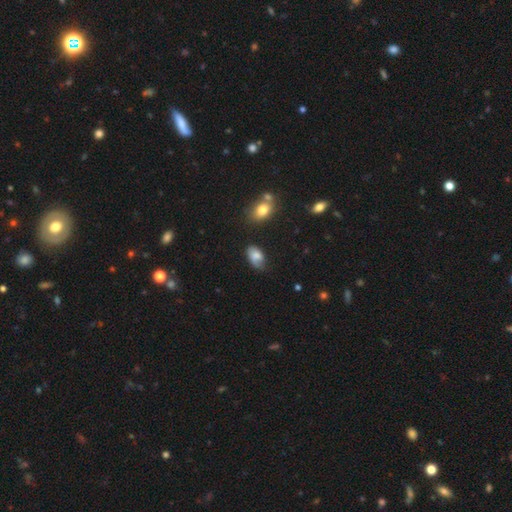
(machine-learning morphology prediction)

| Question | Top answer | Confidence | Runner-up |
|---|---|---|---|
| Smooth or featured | smooth | 67% | featured or disk (25%) |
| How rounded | in between | 90% | round (9%) |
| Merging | none | 45% | minor disturbance (36%) |